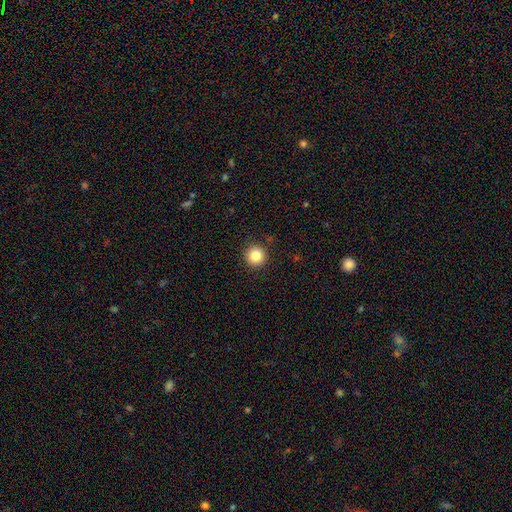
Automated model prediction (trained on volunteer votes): Q: Smooth or featured?
A: smooth (84%); runner-up: star or artifact (11%)
Q: How rounded?
A: round (95%); runner-up: in between (4%)
Q: Merging?
A: none (92%); runner-up: minor disturbance (5%)